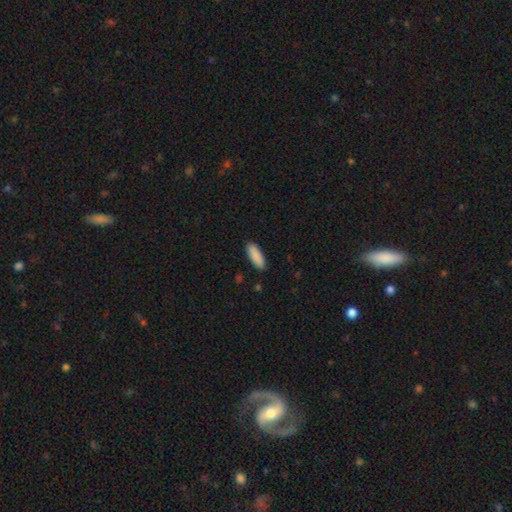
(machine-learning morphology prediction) Smooth or featured: smooth — 90% (star or artifact — 6%)
How rounded: in between — 62% (cigar-shaped — 37%)
Merging: none — 89% (minor disturbance — 8%)